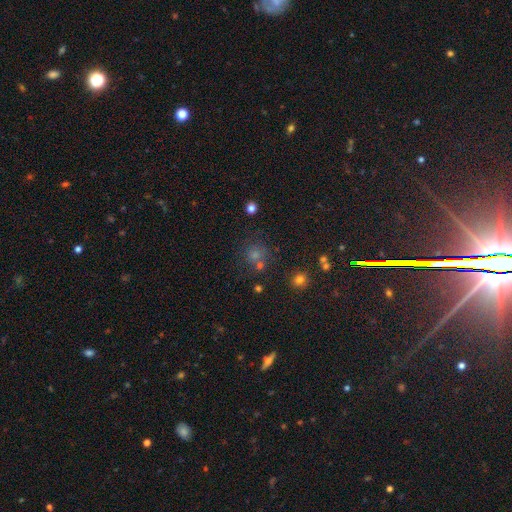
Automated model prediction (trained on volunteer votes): Smooth or featured? smooth (63%)
How rounded? round (88%)
Merging? none (65%)